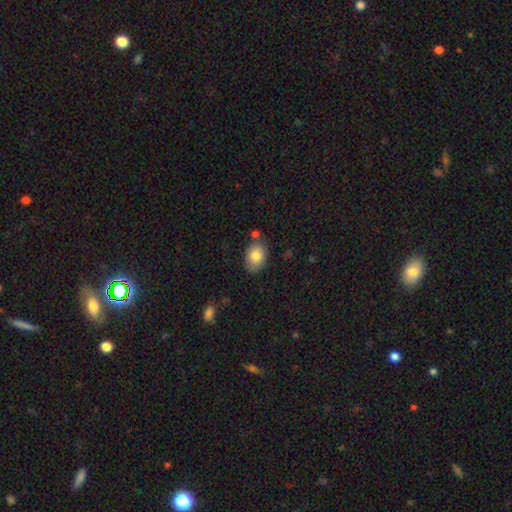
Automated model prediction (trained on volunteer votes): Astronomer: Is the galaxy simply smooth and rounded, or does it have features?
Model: smooth — 83%.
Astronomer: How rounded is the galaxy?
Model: in between — 84%.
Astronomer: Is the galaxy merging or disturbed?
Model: none — 75%.